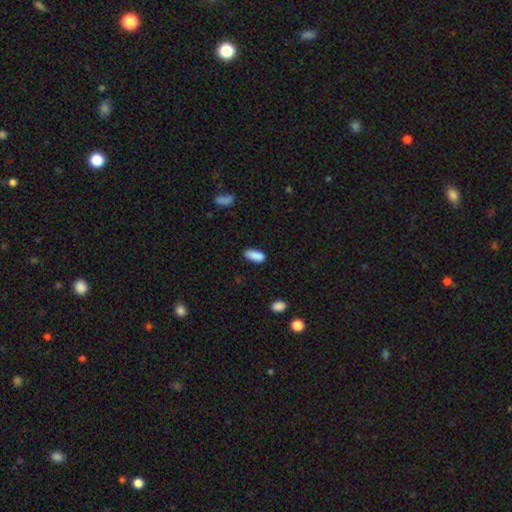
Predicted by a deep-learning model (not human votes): Q: Smooth or featured?
A: smooth (89%); runner-up: star or artifact (7%)
Q: How rounded?
A: in between (80%); runner-up: cigar-shaped (18%)
Q: Merging?
A: none (82%); runner-up: minor disturbance (14%)